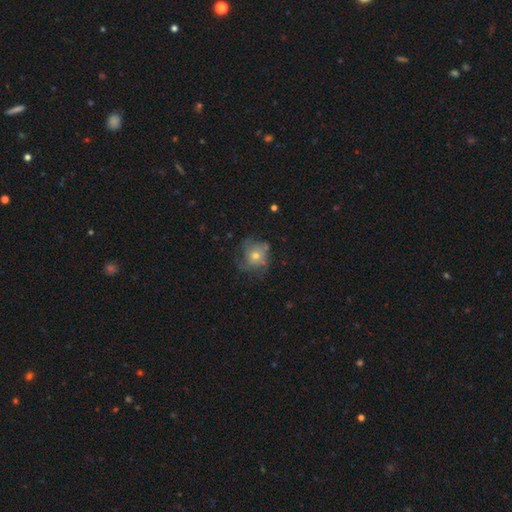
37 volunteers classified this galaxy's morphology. Q: Smooth or featured?
A: smooth (54%); runner-up: featured or disk (41%)
Q: How rounded?
A: round (90%); runner-up: in between (10%)
Q: Merging?
A: none (60%); runner-up: minor disturbance (23%)